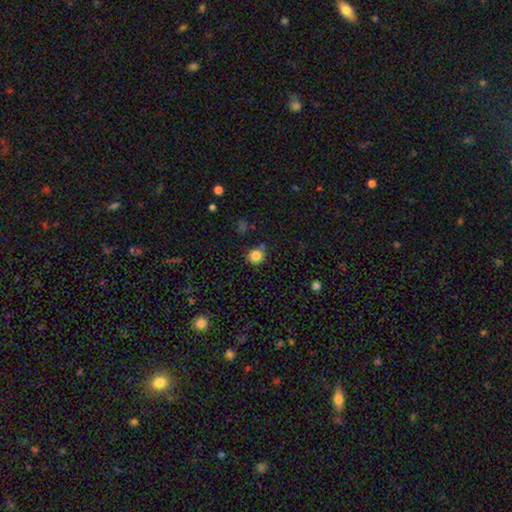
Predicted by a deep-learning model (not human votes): A smooth galaxy with no disk features (85%) that is round (90%). Merging: none (78%).